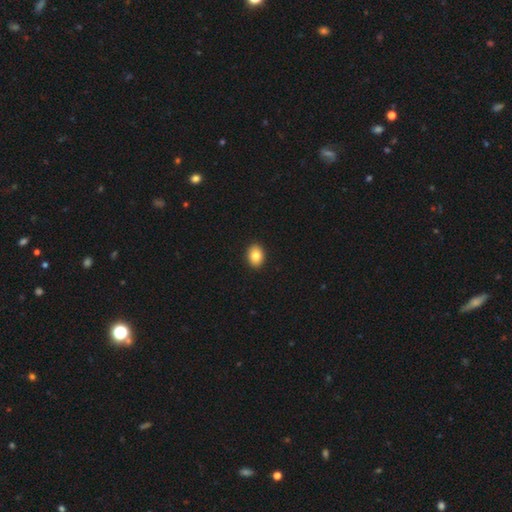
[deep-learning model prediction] Q: Smooth or featured?
A: smooth (84%); runner-up: star or artifact (9%)
Q: How rounded?
A: in between (63%); runner-up: round (36%)
Q: Merging?
A: none (92%); runner-up: minor disturbance (5%)